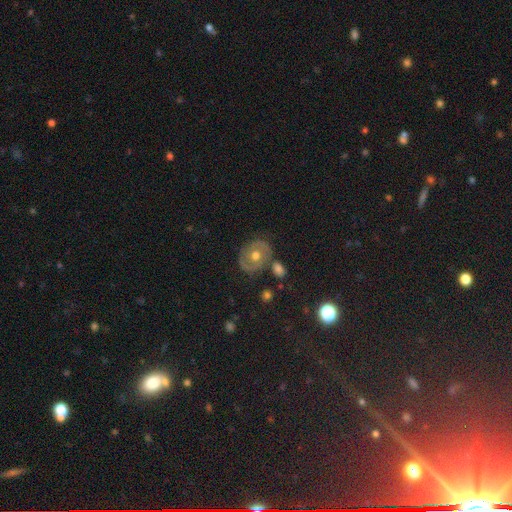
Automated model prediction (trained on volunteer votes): The model was most divided on "spiral arms": yes: 53%, no: 47%. More confident: edge-on disk — no (96%); bar — no (82%); bulge size — moderate (81%); merging — none (74%); smooth or featured — featured or disk (63%).